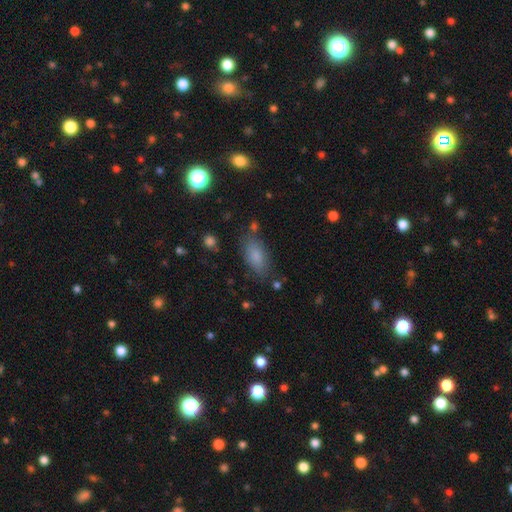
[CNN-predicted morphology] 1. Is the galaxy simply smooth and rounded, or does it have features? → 81% smooth, 10% featured or disk, 9% star or artifact.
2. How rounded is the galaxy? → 87% in between, 10% cigar-shaped, 4% round.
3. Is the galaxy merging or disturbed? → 75% none, 16% minor disturbance, 5% major disturbance, 4% merger.